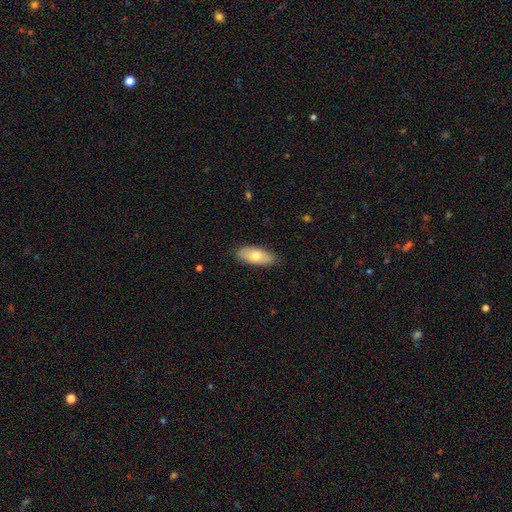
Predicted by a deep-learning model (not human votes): The model was most divided on "smooth or featured": smooth: 71%, featured or disk: 23%, star or artifact: 6%. More confident: how rounded — in between (87%); merging — none (83%).